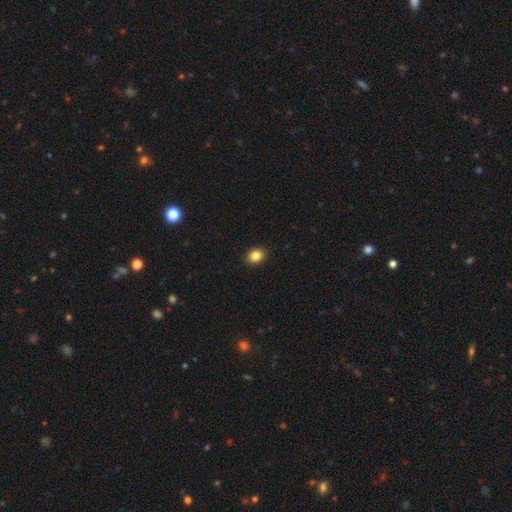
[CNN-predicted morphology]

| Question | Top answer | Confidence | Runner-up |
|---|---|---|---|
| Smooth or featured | smooth | 85% | star or artifact (10%) |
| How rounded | in between | 61% | round (38%) |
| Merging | none | 91% | minor disturbance (6%) |